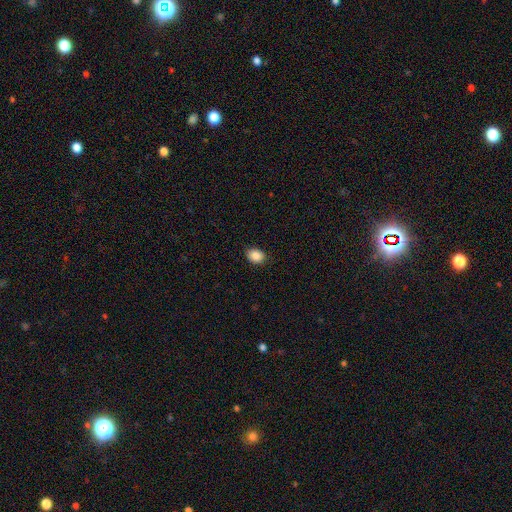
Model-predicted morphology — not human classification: Smooth or featured? Predicted: smooth (p=0.88). How rounded? Predicted: in between (p=0.64). Merging? Predicted: none (p=0.87).